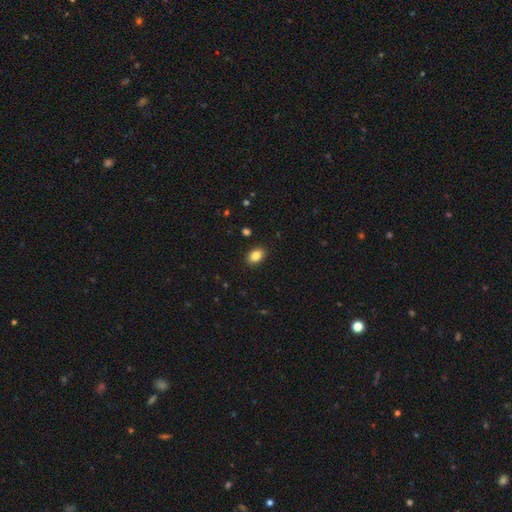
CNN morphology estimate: smooth-or-featured: smooth: 85% | star or artifact: 9% | featured or disk: 6%
  how-rounded: in between: 82% | round: 17% | cigar-shaped: 1%
  merging: none: 89% | minor disturbance: 7% | major disturbance: 2% | merger: 1%